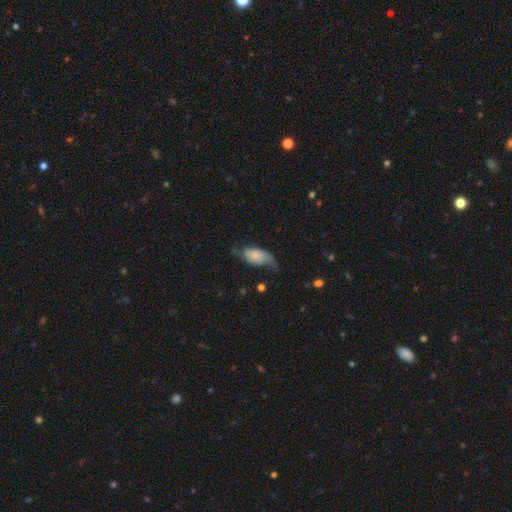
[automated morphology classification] smooth 48%, featured or disk 44%, star or artifact 8%. Down the decision tree: merging — none (41%).